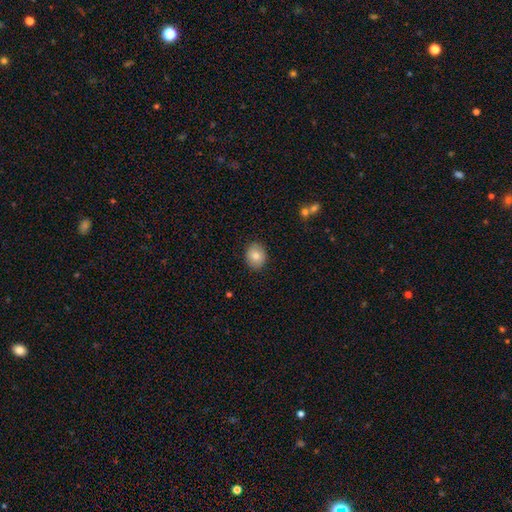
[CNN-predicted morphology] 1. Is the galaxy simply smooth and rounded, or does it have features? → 83% smooth, 9% featured or disk, 8% star or artifact.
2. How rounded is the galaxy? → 57% round, 42% in between, 1% cigar-shaped.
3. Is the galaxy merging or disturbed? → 88% none, 8% minor disturbance, 2% major disturbance, 1% merger.